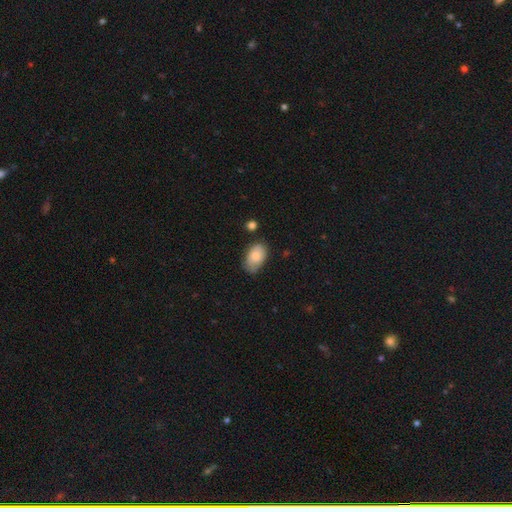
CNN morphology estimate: Smooth or featured: smooth — 78% (featured or disk — 16%)
How rounded: in between — 90% (round — 9%)
Merging: none — 60% (minor disturbance — 31%)